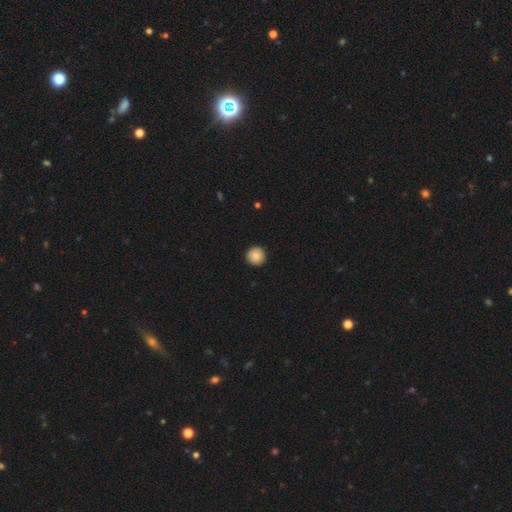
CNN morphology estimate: Smooth or featured? smooth (85%)
How rounded? round (96%)
Merging? none (93%)